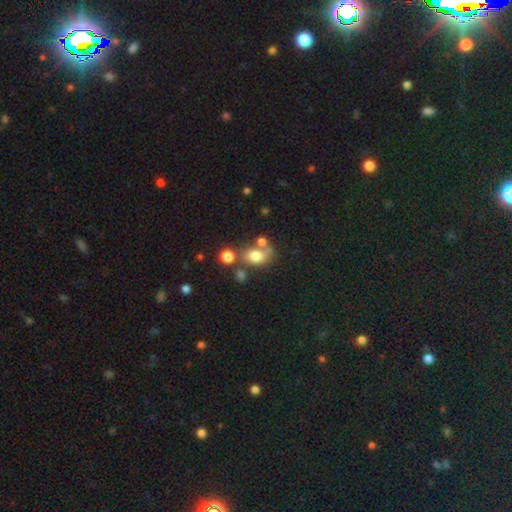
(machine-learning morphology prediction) type=smooth (74%); roundness=in between (72%); merging=none (53%).